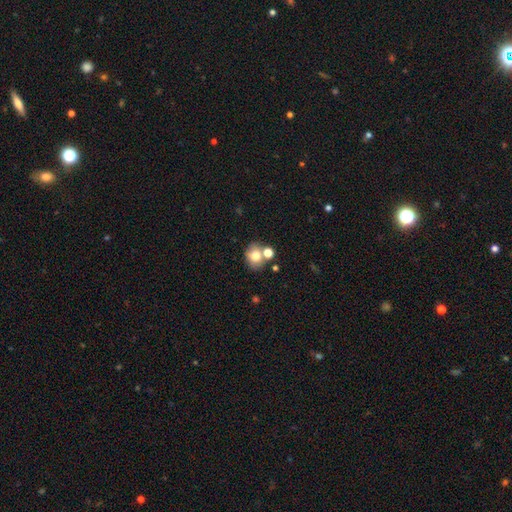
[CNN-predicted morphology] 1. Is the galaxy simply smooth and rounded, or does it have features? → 74% smooth, 14% featured or disk, 11% star or artifact.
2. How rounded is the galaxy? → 60% round, 39% in between, 1% cigar-shaped.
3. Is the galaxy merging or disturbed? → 53% none, 29% merger, 12% minor disturbance, 5% major disturbance.